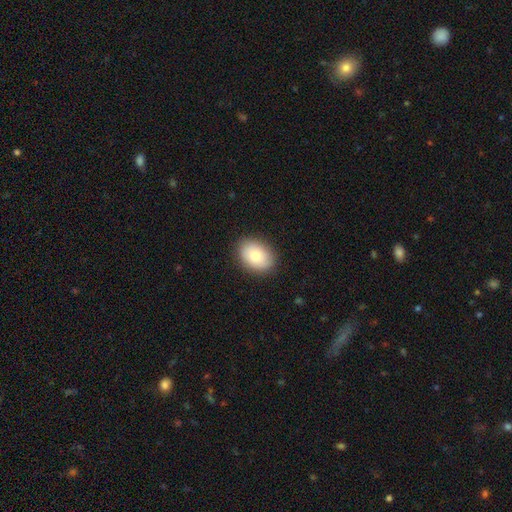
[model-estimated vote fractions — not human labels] Overall: smooth (81%). How rounded: in between (74%). Merging: none (88%).